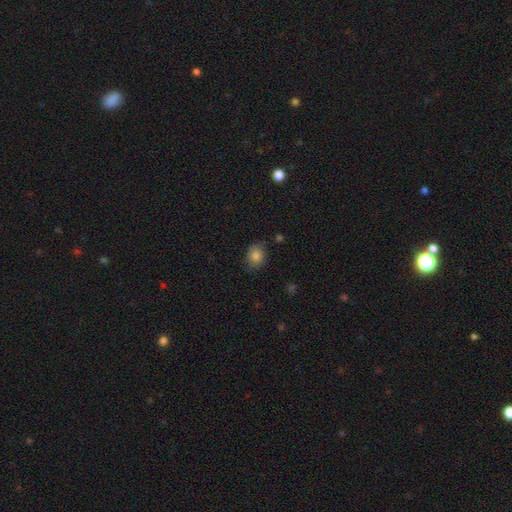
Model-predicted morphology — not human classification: smooth 83%, star or artifact 10%, featured or disk 6%. Down the decision tree: how rounded — round (50%); merging — none (80%).